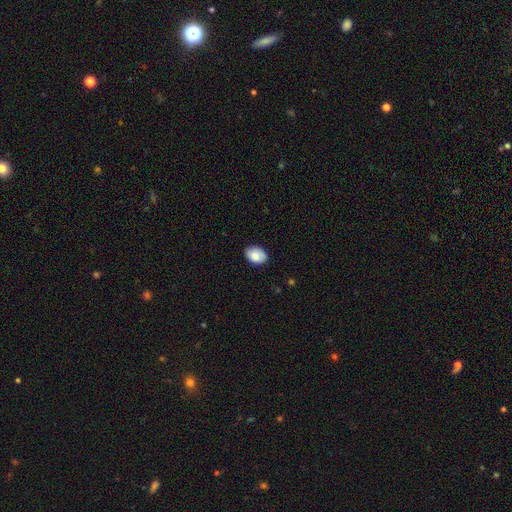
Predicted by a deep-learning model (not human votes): Smooth or featured?
  - smooth: 82% *
  - featured or disk: 11%
  - star or artifact: 7%
How rounded?
  - in between: 81% *
  - round: 18%
  - cigar-shaped: 1%
Merging?
  - none: 82% *
  - minor disturbance: 15%
  - major disturbance: 2%
  - merger: 1%